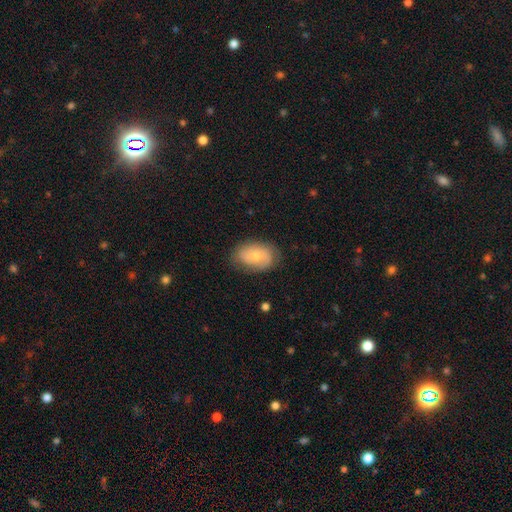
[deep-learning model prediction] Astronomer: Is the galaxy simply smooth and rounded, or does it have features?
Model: smooth — 61%.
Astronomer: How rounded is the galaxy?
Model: in between — 84%.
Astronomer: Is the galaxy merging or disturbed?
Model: none — 74%.